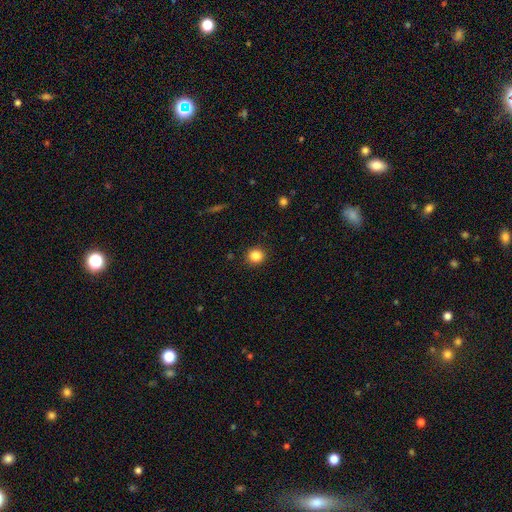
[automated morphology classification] Q: Smooth or featured?
A: smooth (85%); runner-up: star or artifact (11%)
Q: How rounded?
A: round (89%); runner-up: in between (10%)
Q: Merging?
A: none (91%); runner-up: minor disturbance (6%)